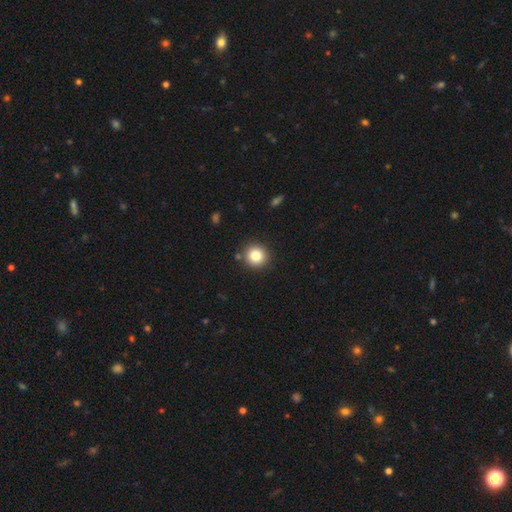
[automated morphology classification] A smooth galaxy with no disk features (82%) that is round (93%). Merging: none (89%).